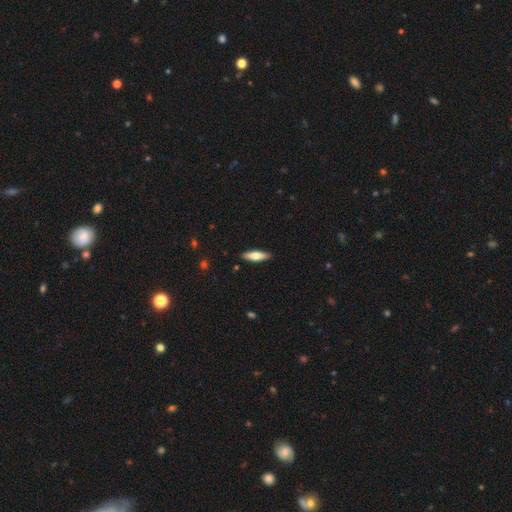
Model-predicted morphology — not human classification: Q: Smooth or featured?
A: smooth (64%); runner-up: featured or disk (30%)
Q: How rounded?
A: cigar-shaped (64%); runner-up: in between (34%)
Q: Merging?
A: none (89%); runner-up: minor disturbance (9%)